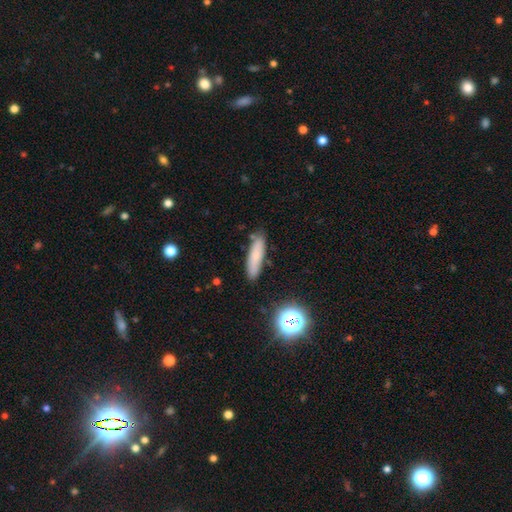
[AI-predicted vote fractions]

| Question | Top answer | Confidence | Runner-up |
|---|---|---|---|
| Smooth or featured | smooth | 76% | featured or disk (15%) |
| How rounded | cigar-shaped | 75% | in between (23%) |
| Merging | none | 83% | minor disturbance (11%) |